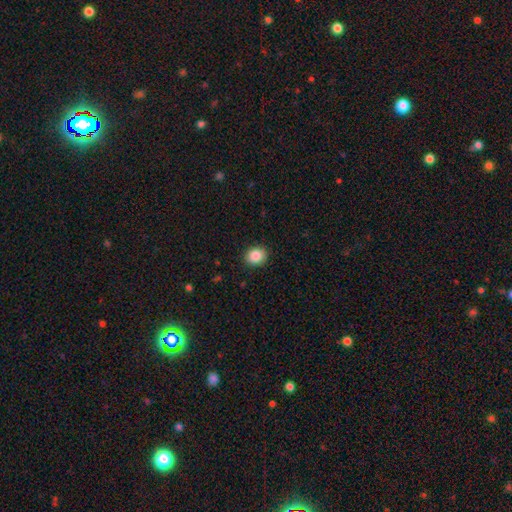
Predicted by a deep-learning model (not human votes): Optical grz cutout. It shows a smooth galaxy with no disk features (87%) that is round (69%). Merging: none (91%).